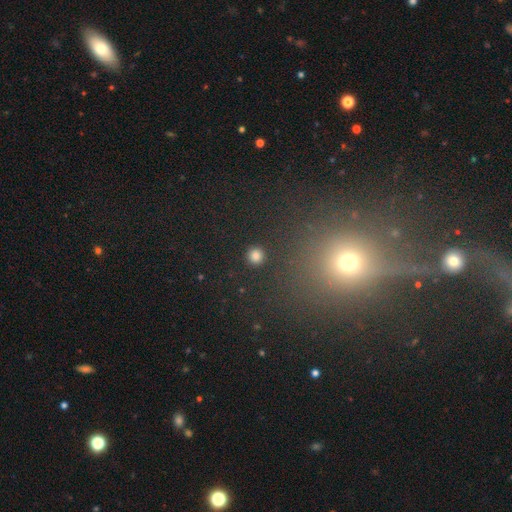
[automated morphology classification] smooth_or_featured: smooth (p=0.83) [alt: star or artifact p=0.13]
how_rounded: round (p=0.94) [alt: in between p=0.05]
merging: none (p=0.92) [alt: minor disturbance p=0.05]